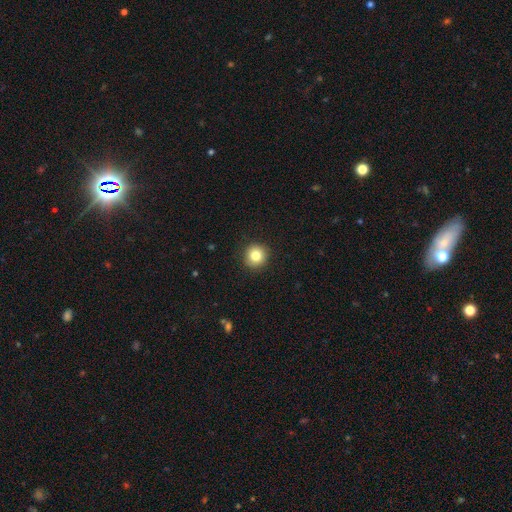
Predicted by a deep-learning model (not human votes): Smooth or featured?
  - smooth: 83% *
  - star or artifact: 10%
  - featured or disk: 7%
How rounded?
  - round: 93% *
  - in between: 6%
  - cigar-shaped: 1%
Merging?
  - none: 91% *
  - minor disturbance: 7%
  - major disturbance: 2%
  - merger: 1%